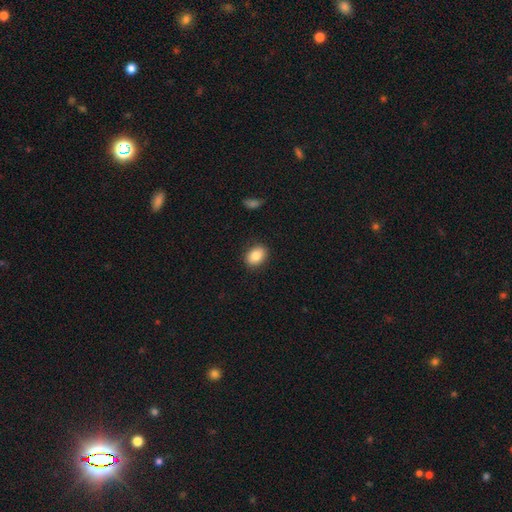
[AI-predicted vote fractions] Smooth or featured: smooth — 85% (star or artifact — 8%)
How rounded: in between — 71% (round — 28%)
Merging: none — 88% (minor disturbance — 8%)